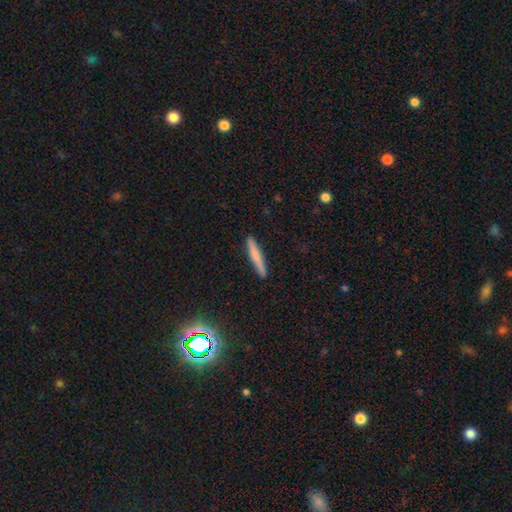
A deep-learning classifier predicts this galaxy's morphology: This appears to be a smooth galaxy with no disk features (69%) that is cigar-shaped (94%). Merging: none (90%).